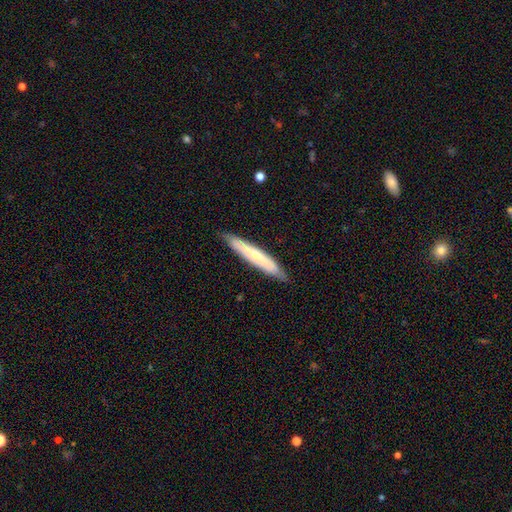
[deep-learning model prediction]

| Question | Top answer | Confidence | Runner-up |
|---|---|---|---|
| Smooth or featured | featured or disk | 50% | smooth (45%) |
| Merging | none | 85% | minor disturbance (12%) |